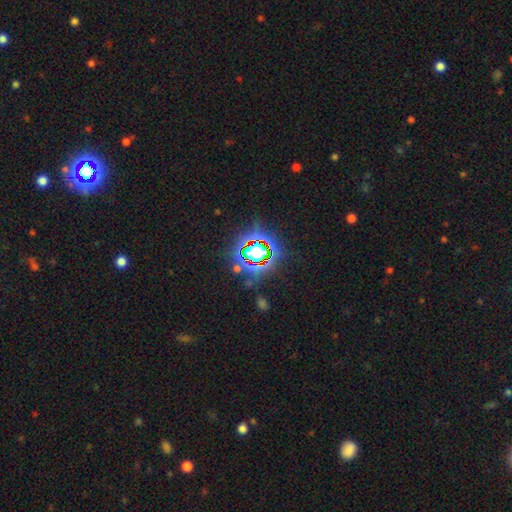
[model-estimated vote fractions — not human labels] smooth-or-featured: star or artifact: 76% | smooth: 15% | featured or disk: 9%